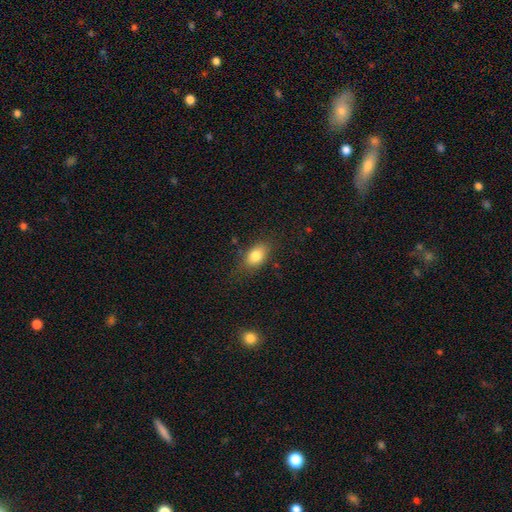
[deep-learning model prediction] Morphology: type=smooth (81%); roundness=in between (84%); merging=none (76%).